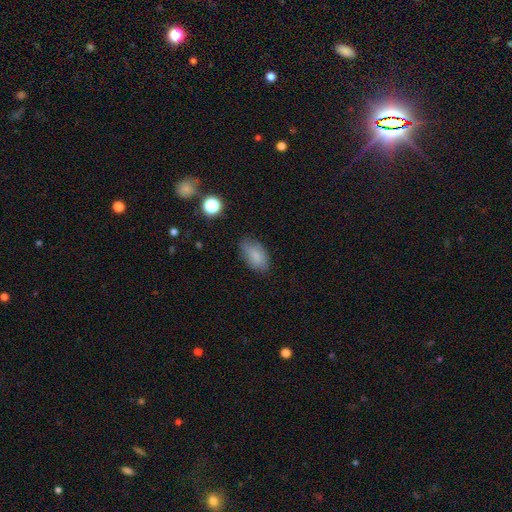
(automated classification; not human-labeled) A smooth galaxy with no disk features (83%) that is in between round and cigar-shaped (92%). Merging: none (72%).